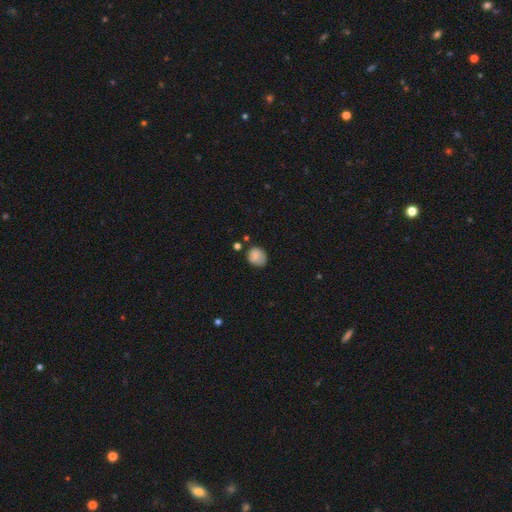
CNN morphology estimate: smooth 83%, star or artifact 9%, featured or disk 8%. Down the decision tree: how rounded — round (67%); merging — none (65%).